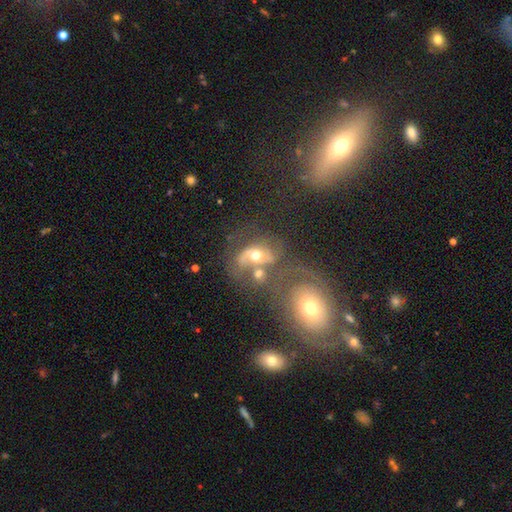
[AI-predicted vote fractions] Smooth or featured? featured or disk (57%)
Edge-on disk? no (96%)
Bar? no (63%)
Spiral arms? yes (73%)
Bulge size? moderate (69%)
Merging? merger (48%)